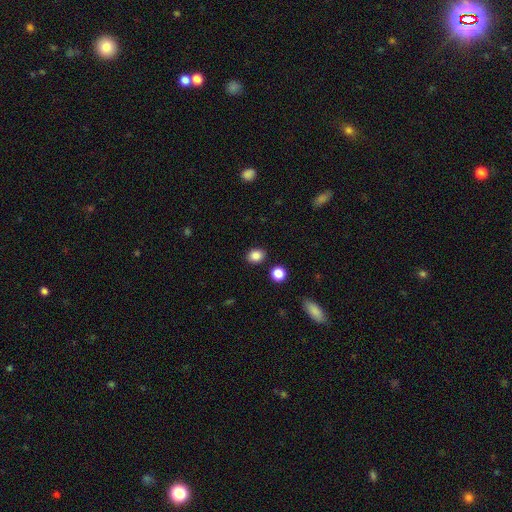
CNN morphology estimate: smooth-or-featured: smooth: 86% | star or artifact: 10% | featured or disk: 4%
  how-rounded: round: 56% | in between: 43% | cigar-shaped: 1%
  merging: none: 87% | minor disturbance: 8% | merger: 3% | major disturbance: 2%